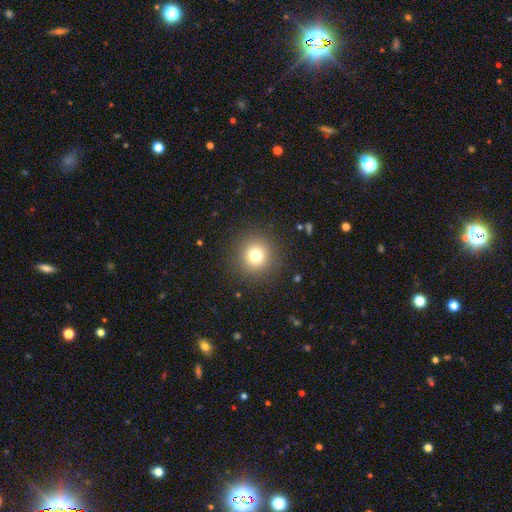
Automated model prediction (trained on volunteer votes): Q: Smooth or featured?
A: smooth (76%); runner-up: star or artifact (14%)
Q: How rounded?
A: round (94%); runner-up: in between (5%)
Q: Merging?
A: none (90%); runner-up: minor disturbance (6%)